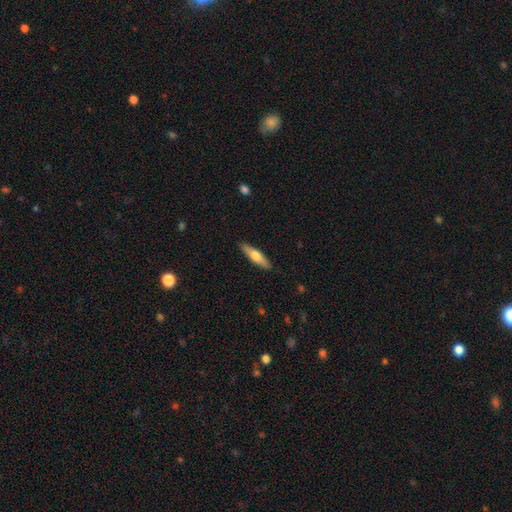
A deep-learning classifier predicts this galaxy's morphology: A smooth galaxy with no disk features (57%) that is cigar-shaped (71%). Merging: none (89%).